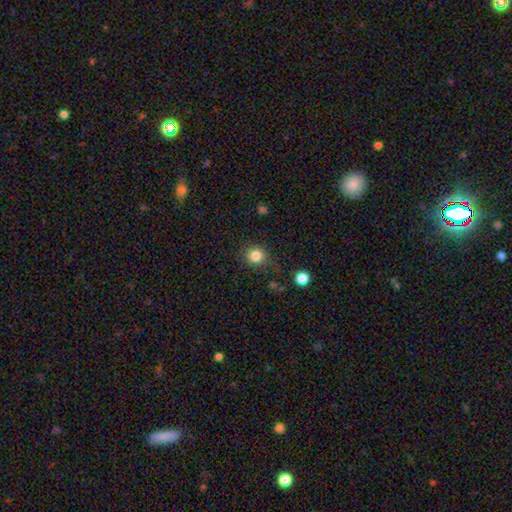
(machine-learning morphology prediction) A smooth galaxy with no disk features (83%) that is round (84%). Merging: none (78%).